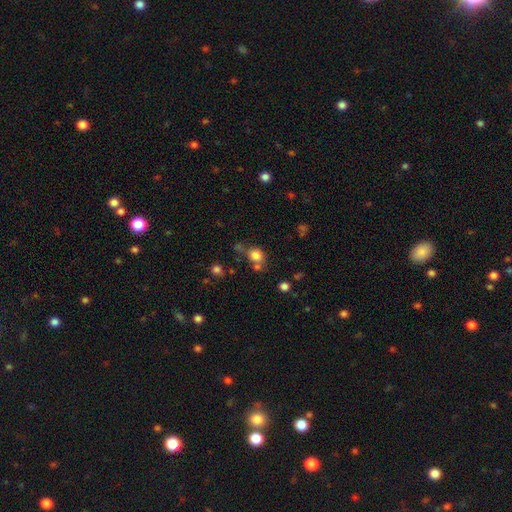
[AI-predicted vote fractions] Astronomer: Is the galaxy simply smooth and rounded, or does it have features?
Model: smooth — 79%.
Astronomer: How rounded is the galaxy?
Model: round — 71%.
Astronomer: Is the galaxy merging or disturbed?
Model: none — 57%.